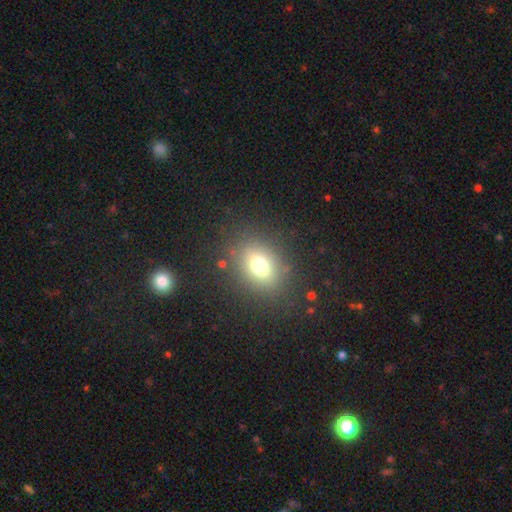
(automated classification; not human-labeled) This is likely a smooth galaxy (72%). How rounded: likely in between (70%). Merging: clearly none (84%).